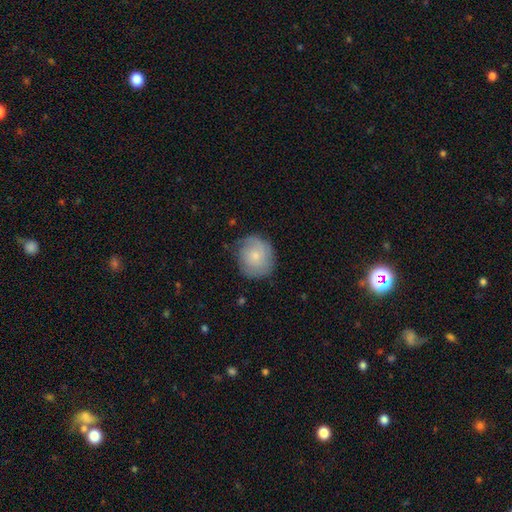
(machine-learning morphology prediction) Smooth or featured?
  - smooth: 59% *
  - featured or disk: 34%
  - star or artifact: 7%
How rounded?
  - round: 83% *
  - in between: 16%
  - cigar-shaped: 1%
Merging?
  - none: 73% *
  - minor disturbance: 20%
  - major disturbance: 6%
  - merger: 1%